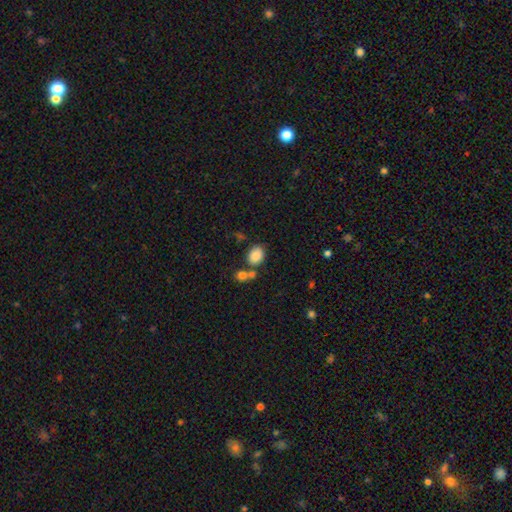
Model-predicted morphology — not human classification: Smooth or featured? Predicted: smooth (p=0.84). How rounded? Predicted: in between (p=0.61). Merging? Predicted: none (p=0.64).